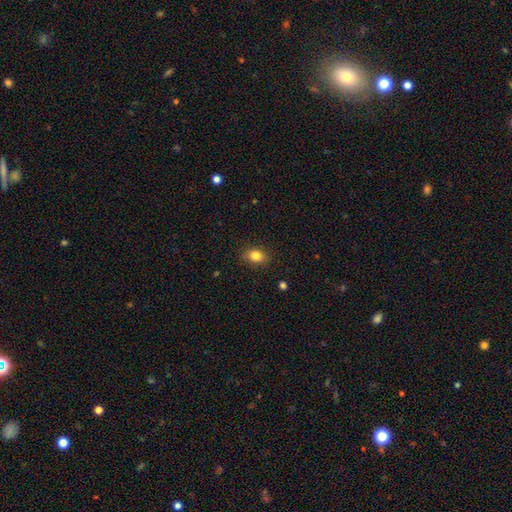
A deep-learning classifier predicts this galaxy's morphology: The model was most divided on "how rounded": in between: 63%, round: 36%, cigar-shaped: 1%. More confident: merging — none (86%); smooth or featured — smooth (84%).